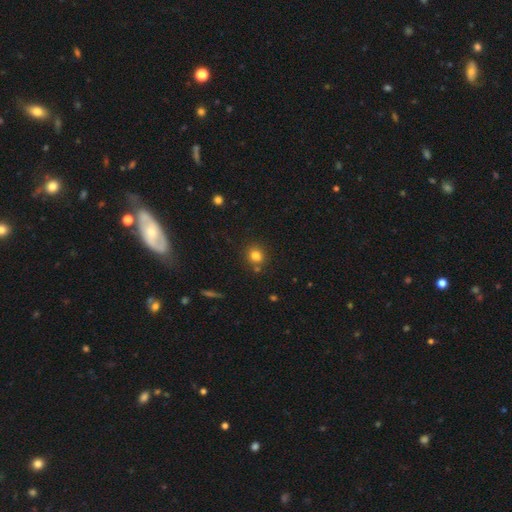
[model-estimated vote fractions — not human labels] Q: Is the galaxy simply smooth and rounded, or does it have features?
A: smooth — 80%.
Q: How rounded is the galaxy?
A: round — 81%.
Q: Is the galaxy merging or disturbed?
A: none — 76%.